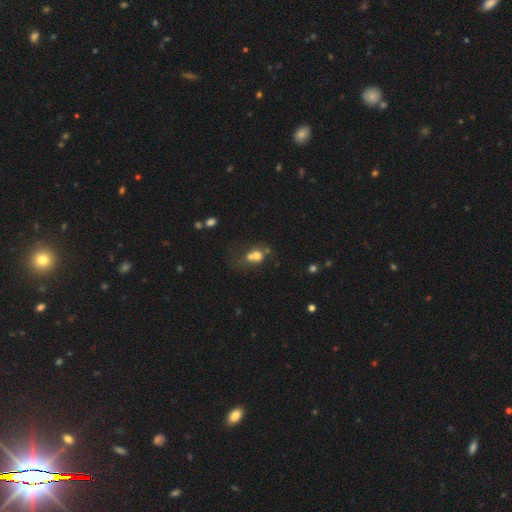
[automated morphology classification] Smooth or featured? smooth (62%)
How rounded? round (64%)
Merging? merger (61%)